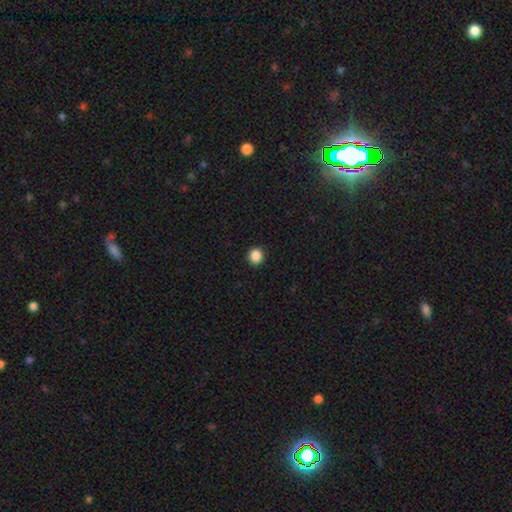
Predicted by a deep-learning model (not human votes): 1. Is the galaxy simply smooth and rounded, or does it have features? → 87% smooth, 10% star or artifact, 3% featured or disk.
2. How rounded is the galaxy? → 90% round, 9% in between, 1% cigar-shaped.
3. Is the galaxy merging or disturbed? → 93% none, 5% minor disturbance, 2% major disturbance, 1% merger.